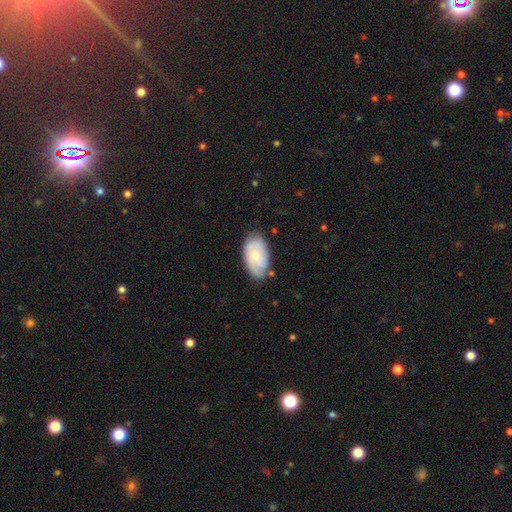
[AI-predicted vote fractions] A smooth galaxy with no disk features (48%).

Vote fractions:
- Smooth or featured? smooth: 48% / featured or disk: 46% / star or artifact: 6%
- Merging? none: 68% / minor disturbance: 24% / major disturbance: 5% / merger: 3%